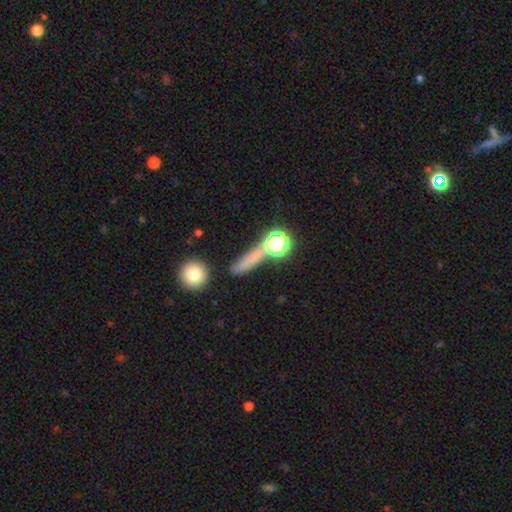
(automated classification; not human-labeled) Overall: smooth (54%; star or artifact 27%). How rounded: cigar-shaped (54%; round 30%). Merging: none (68%).